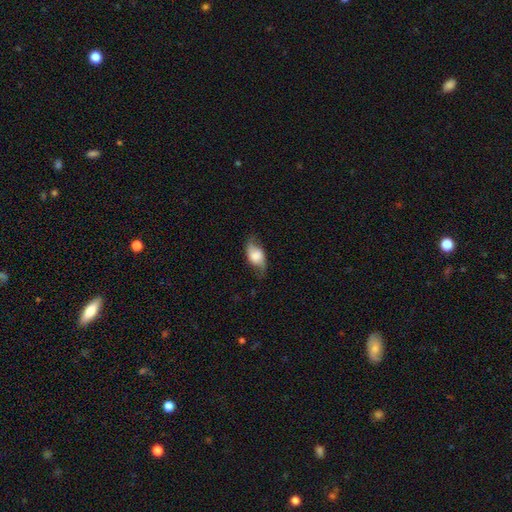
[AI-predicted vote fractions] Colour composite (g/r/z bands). It shows a featured or disk galaxy (47%). Merging: none (67%).